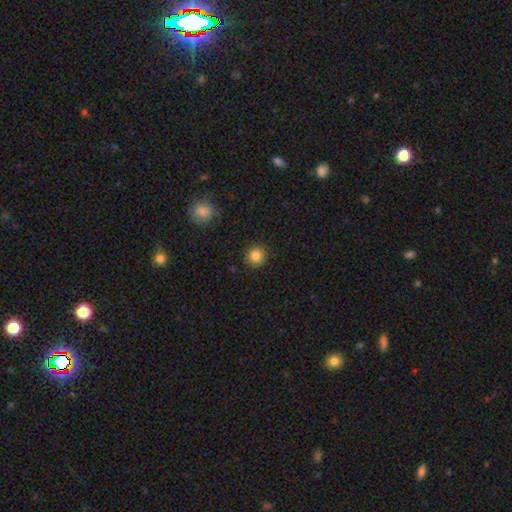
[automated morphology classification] smooth-or-featured: smooth: 84% | star or artifact: 11% | featured or disk: 5%
  how-rounded: round: 93% | in between: 6% | cigar-shaped: 1%
  merging: none: 90% | minor disturbance: 7% | major disturbance: 2% | merger: 1%